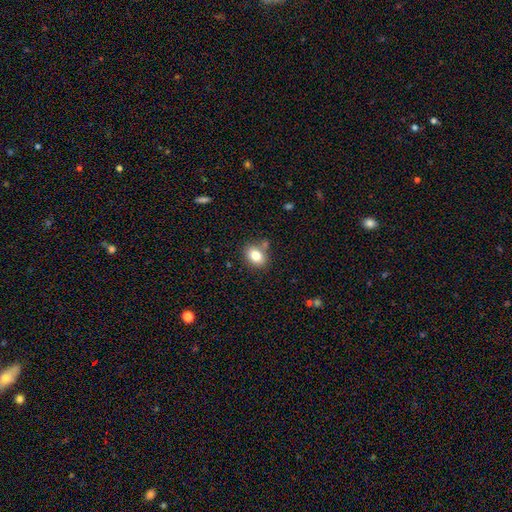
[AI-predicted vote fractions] Smooth or featured? Predicted: smooth (p=0.81). How rounded? Predicted: in between (p=0.69). Merging? Predicted: none (p=0.73).